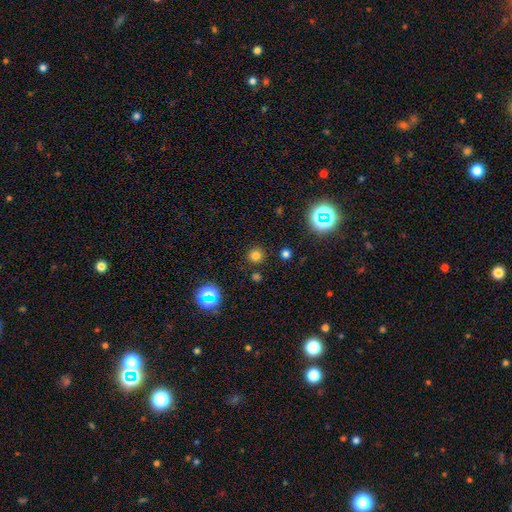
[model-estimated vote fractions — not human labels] The model was most divided on "smooth or featured": smooth: 72%, star or artifact: 22%, featured or disk: 6%. More confident: how rounded — round (93%); merging — none (87%).